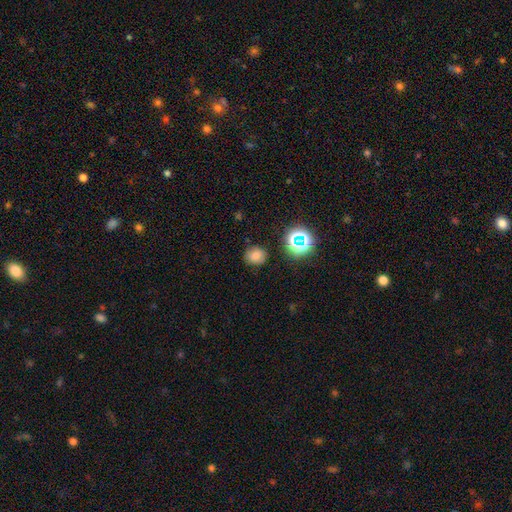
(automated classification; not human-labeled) Morphology: type=smooth (70%); roundness=round (82%); merging=none (81%).